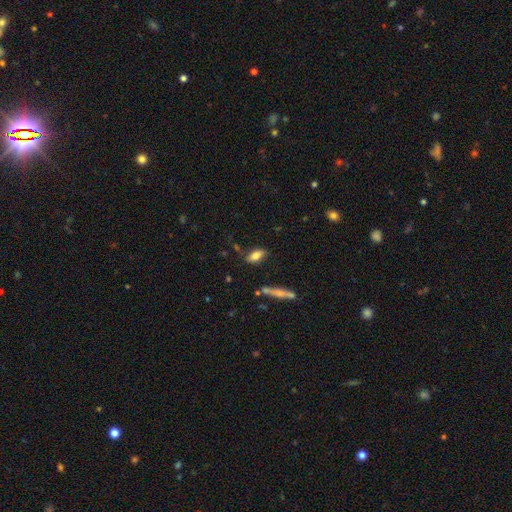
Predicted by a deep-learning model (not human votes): Smooth or featured? Predicted: smooth (p=0.73). How rounded? Predicted: in between (p=0.83). Merging? Predicted: none (p=0.74).